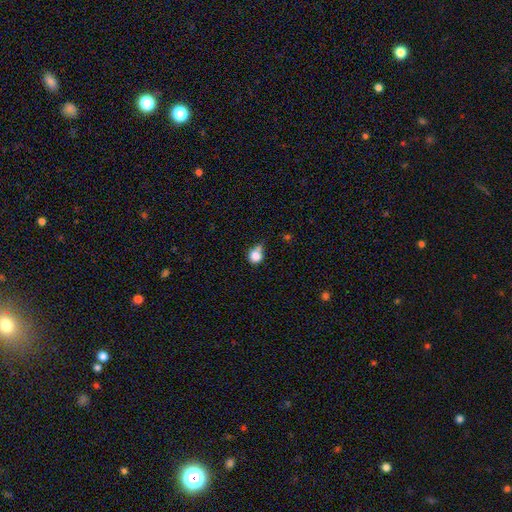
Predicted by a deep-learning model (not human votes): Q: Smooth or featured?
A: smooth (81%); runner-up: star or artifact (10%)
Q: How rounded?
A: round (82%); runner-up: in between (17%)
Q: Merging?
A: none (42%); runner-up: minor disturbance (24%)